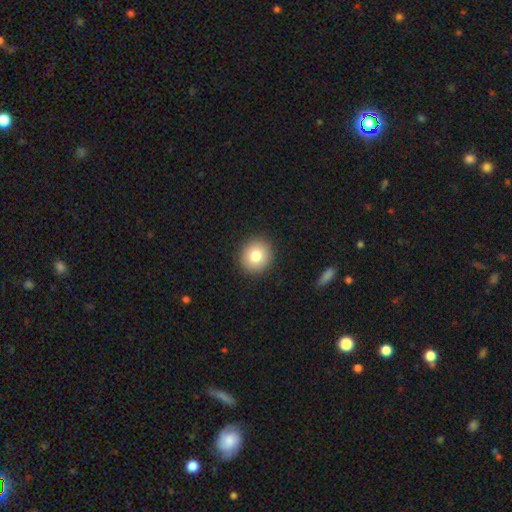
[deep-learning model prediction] Overall: smooth (79%). How rounded: round (87%). Merging: none (91%).